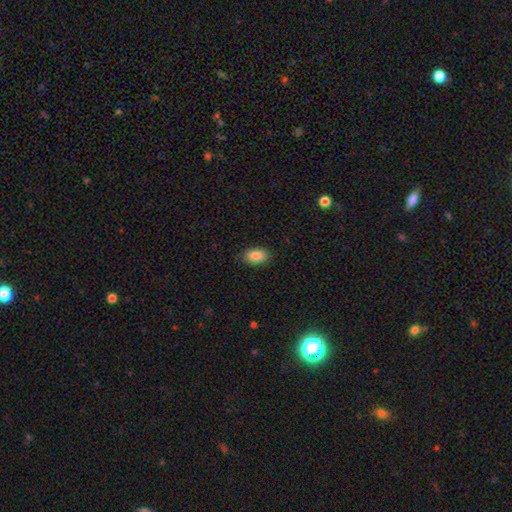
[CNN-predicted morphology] A smooth galaxy with no disk features (86%) that is in between round and cigar-shaped (91%).

Vote fractions:
- Smooth or featured? smooth: 86% / star or artifact: 7% / featured or disk: 6%
- How rounded? in between: 91% / round: 7% / cigar-shaped: 2%
- Merging? none: 86% / minor disturbance: 11% / major disturbance: 2% / merger: 1%